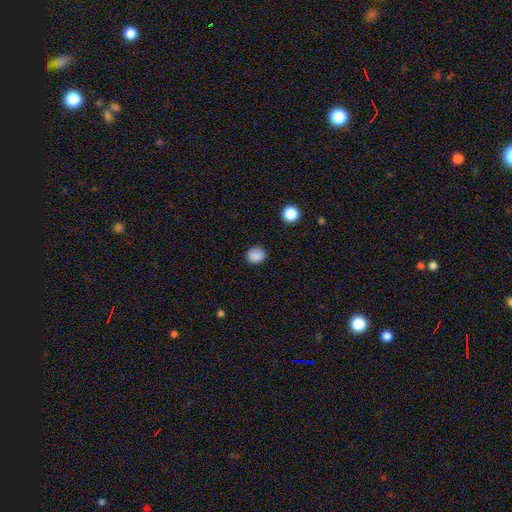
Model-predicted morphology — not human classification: smooth-or-featured: smooth: 87% | star or artifact: 10% | featured or disk: 3%
  how-rounded: round: 83% | in between: 16% | cigar-shaped: 1%
  merging: none: 89% | minor disturbance: 8% | major disturbance: 2% | merger: 1%